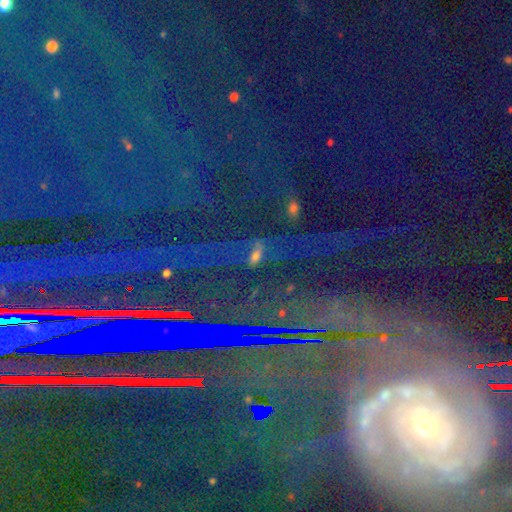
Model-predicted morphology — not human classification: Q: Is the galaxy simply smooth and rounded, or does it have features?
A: star or artifact — 58%.